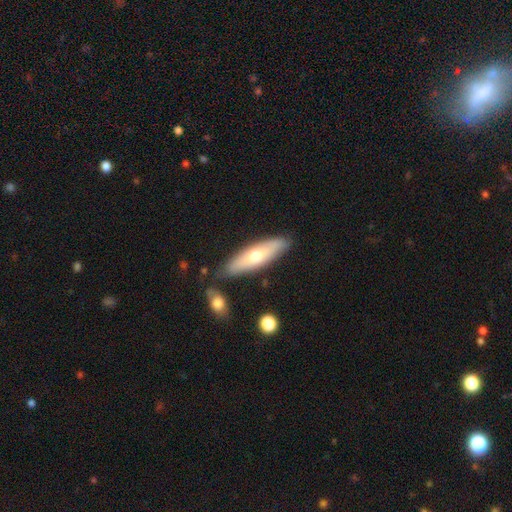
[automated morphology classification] A smooth galaxy with no disk features (56%) that is cigar-shaped (61%).

Vote fractions:
- Smooth or featured? smooth: 56% / featured or disk: 38% / star or artifact: 6%
- How rounded? cigar-shaped: 61% / in between: 37% / round: 2%
- Merging? none: 82% / minor disturbance: 12% / merger: 4% / major disturbance: 2%